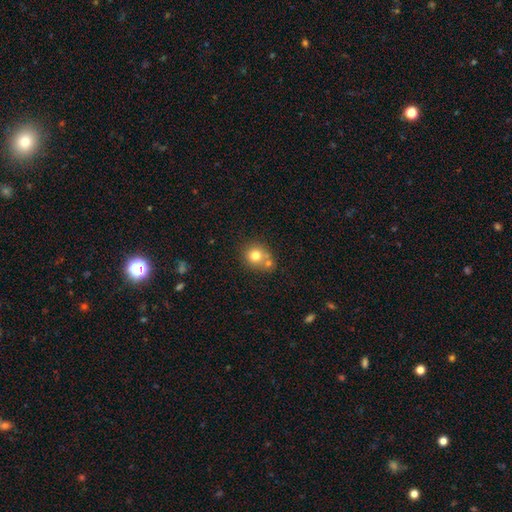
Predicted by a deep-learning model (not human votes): Q: Smooth or featured?
A: smooth (75%); runner-up: featured or disk (13%)
Q: How rounded?
A: round (81%); runner-up: in between (18%)
Q: Merging?
A: none (52%); runner-up: merger (34%)